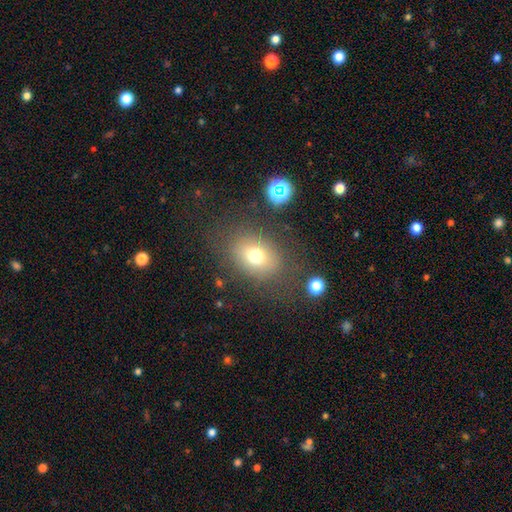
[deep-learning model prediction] Q: Smooth or featured?
A: smooth (71%); runner-up: star or artifact (15%)
Q: How rounded?
A: in between (59%); runner-up: round (40%)
Q: Merging?
A: none (75%); runner-up: minor disturbance (13%)